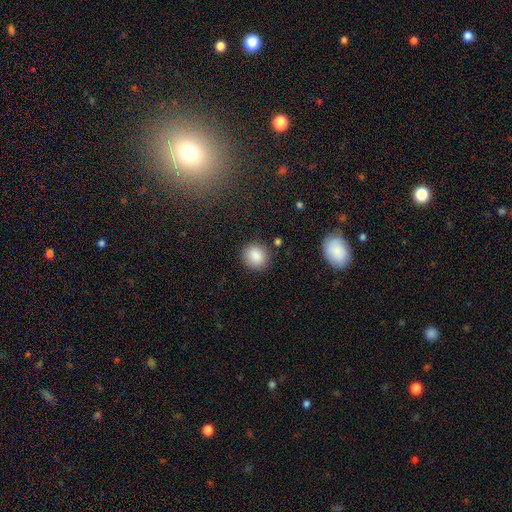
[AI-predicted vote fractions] smooth-or-featured: smooth: 87% | star or artifact: 8% | featured or disk: 5%
  how-rounded: round: 81% | in between: 18% | cigar-shaped: 1%
  merging: none: 86% | minor disturbance: 9% | major disturbance: 3% | merger: 2%